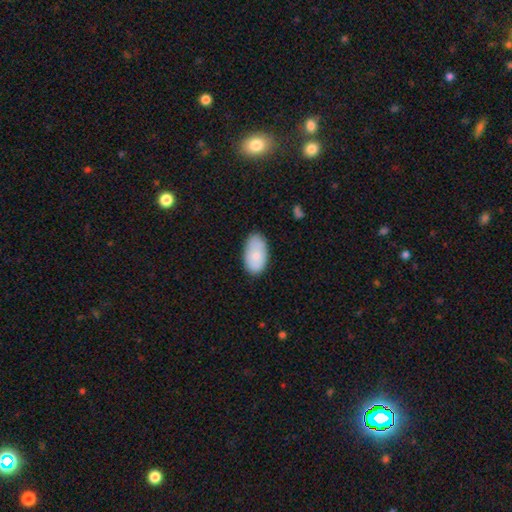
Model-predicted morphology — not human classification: Smooth or featured: smooth — 79% (featured or disk — 15%)
How rounded: in between — 95% (round — 4%)
Merging: none — 76% (minor disturbance — 19%)